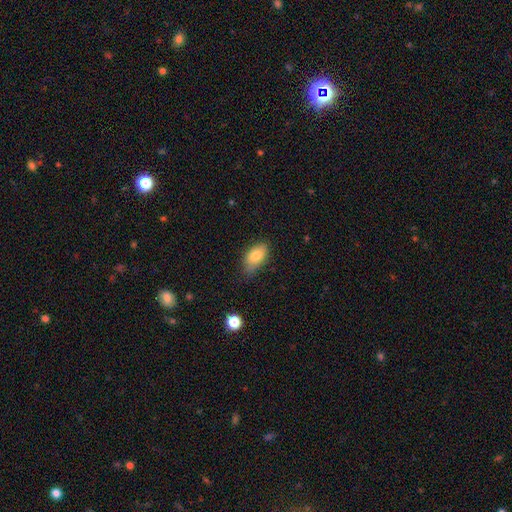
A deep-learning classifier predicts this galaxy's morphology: smooth 82%, featured or disk 11%, star or artifact 8%. Down the decision tree: how rounded — in between (92%); merging — none (68%).